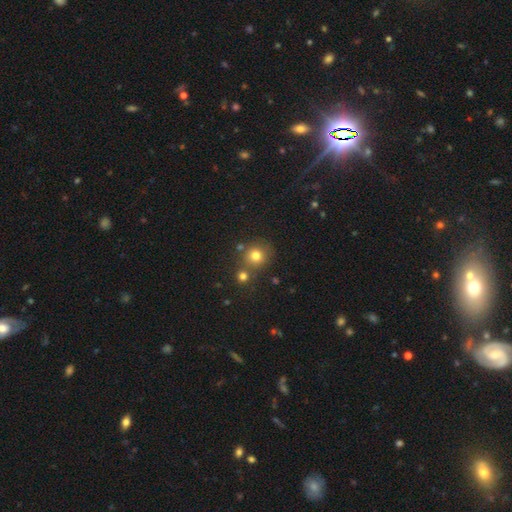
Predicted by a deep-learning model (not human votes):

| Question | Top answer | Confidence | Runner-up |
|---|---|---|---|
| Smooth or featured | smooth | 76% | star or artifact (15%) |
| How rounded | round | 89% | in between (10%) |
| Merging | none | 69% | merger (18%) |